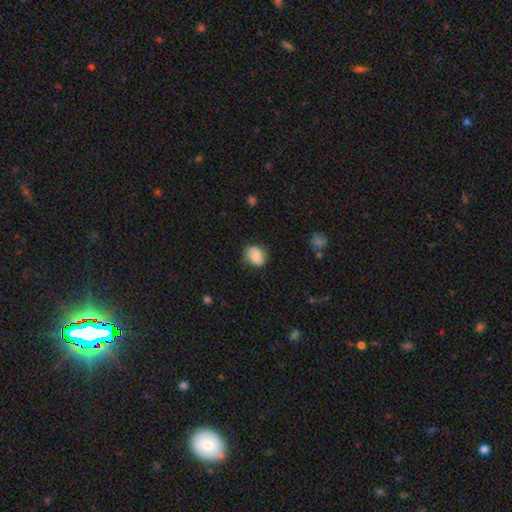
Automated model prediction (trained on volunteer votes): This is likely a smooth galaxy (70%). How rounded: possibly round (57%). Merging: likely none (75%).